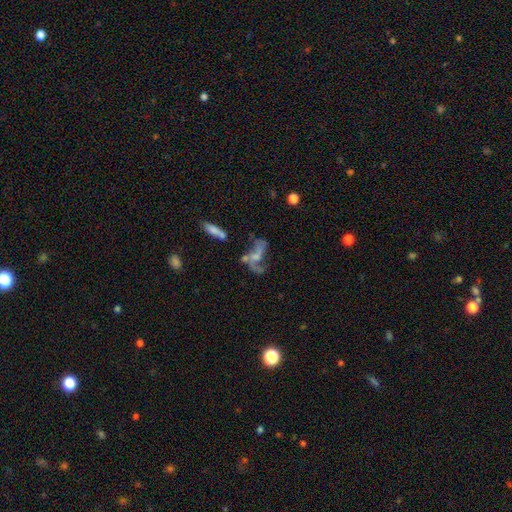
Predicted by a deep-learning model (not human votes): This appears to be a featured or disk galaxy (62%) with no bar (63%), spiral arms (58%) and no central bulge (45%). Merging: major disturbance (32%).